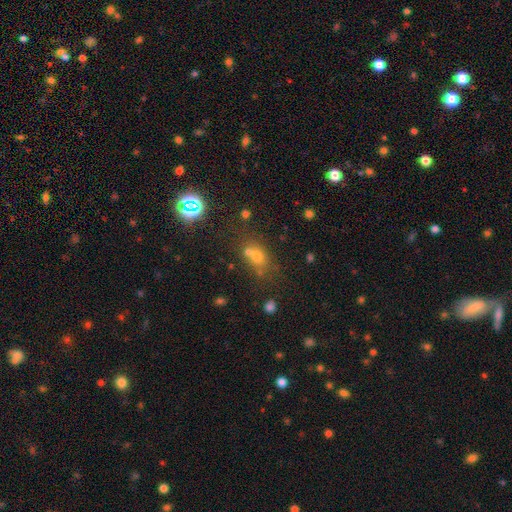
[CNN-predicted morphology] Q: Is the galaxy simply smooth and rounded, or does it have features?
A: smooth — 56%.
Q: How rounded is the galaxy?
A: round — 59%.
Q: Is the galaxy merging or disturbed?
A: none — 47%.